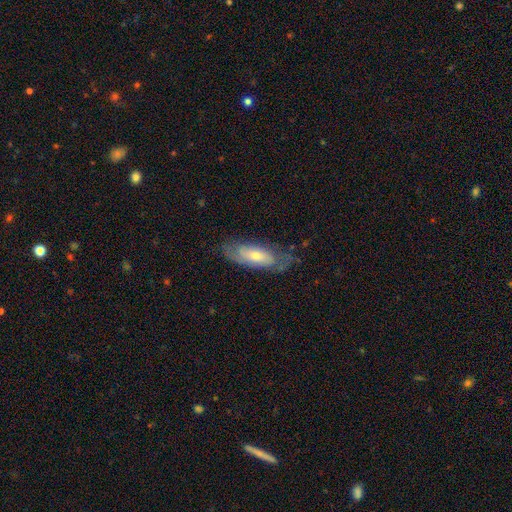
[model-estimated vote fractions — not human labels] Smooth or featured? featured or disk (53%)
Edge-on disk? no (80%)
Merging? none (65%)